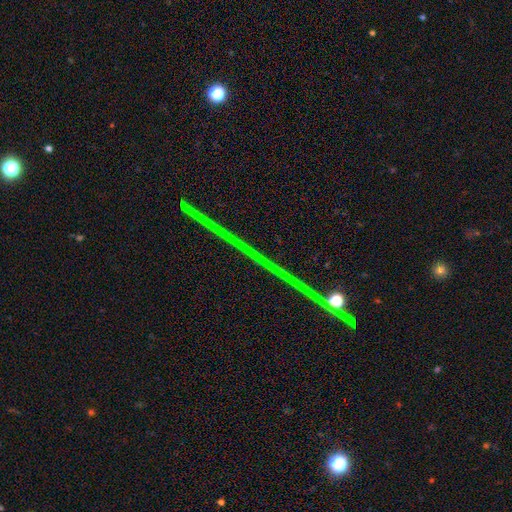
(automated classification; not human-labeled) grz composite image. It shows a star or artifact, not a galaxy (71%).